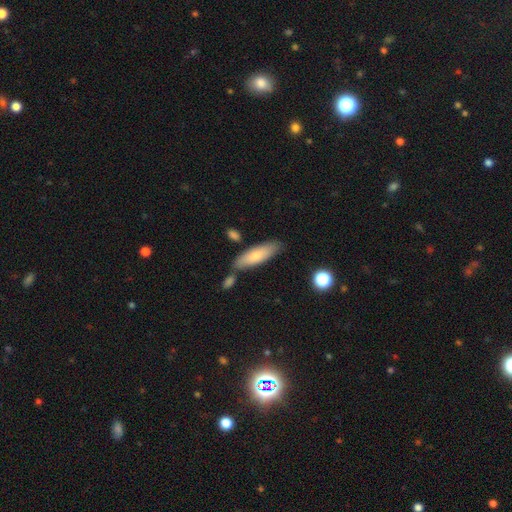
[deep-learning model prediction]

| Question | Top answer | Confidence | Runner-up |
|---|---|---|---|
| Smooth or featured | smooth | 75% | featured or disk (19%) |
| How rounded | in between | 51% | cigar-shaped (47%) |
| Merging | none | 68% | minor disturbance (16%) |